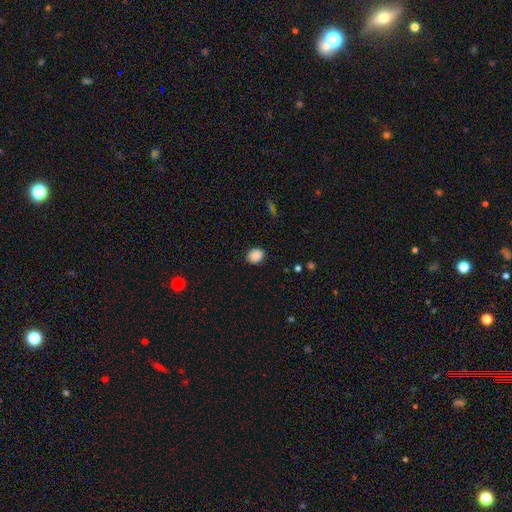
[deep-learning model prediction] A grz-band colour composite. It shows a smooth galaxy with no disk features (88%) that is round (66%). Merging: none (89%).